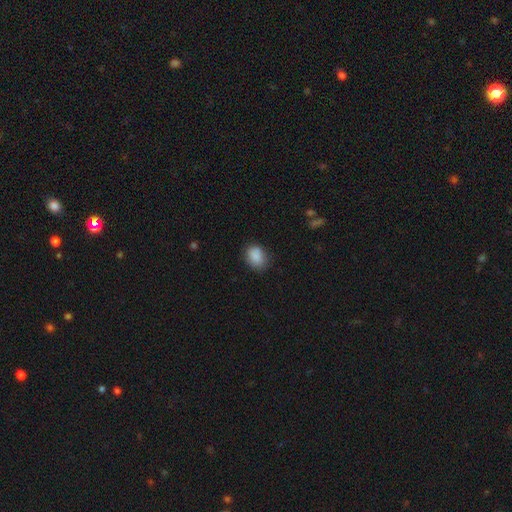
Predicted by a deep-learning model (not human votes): Smooth or featured? Predicted: smooth (p=0.87). How rounded? Predicted: in between (p=0.57). Merging? Predicted: none (p=0.74).